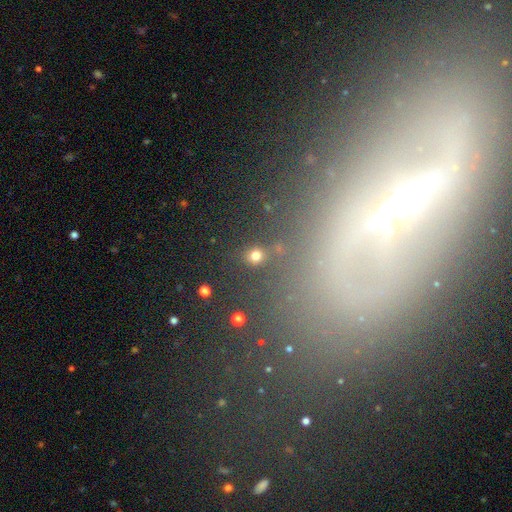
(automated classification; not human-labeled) This is likely a smooth galaxy (77%). How rounded: clearly round (84%). Merging: clearly none (83%).